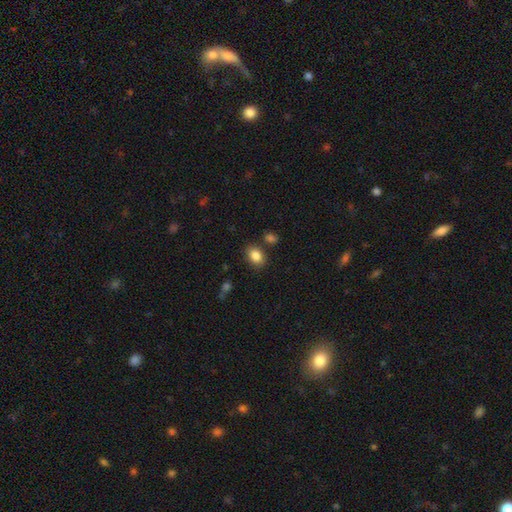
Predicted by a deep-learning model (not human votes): Smooth or featured? Predicted: smooth (p=0.86). How rounded? Predicted: in between (p=0.72). Merging? Predicted: none (p=0.79).